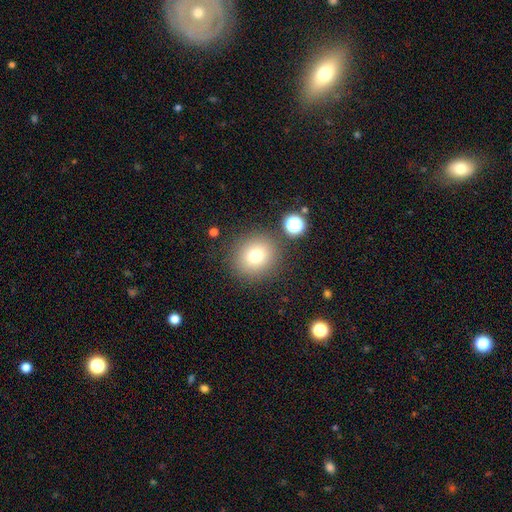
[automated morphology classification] smooth-or-featured: smooth: 76% | star or artifact: 14% | featured or disk: 10%
  how-rounded: round: 88% | in between: 11% | cigar-shaped: 1%
  merging: none: 84% | minor disturbance: 8% | merger: 5% | major disturbance: 4%